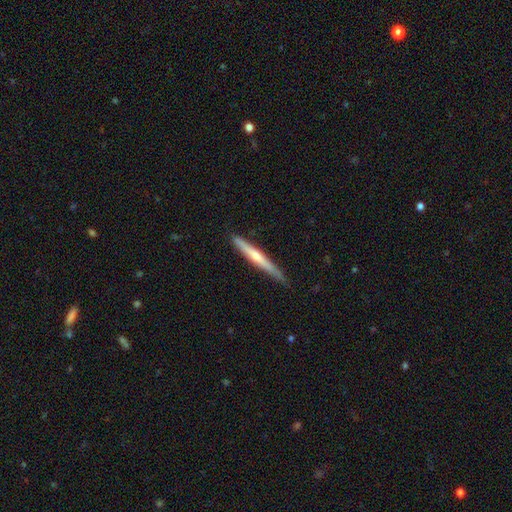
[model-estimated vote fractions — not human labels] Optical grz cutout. It shows a featured or disk galaxy (62%) viewed edge-on (97%) with a rounded central bulge (70%). Merging: none (86%).